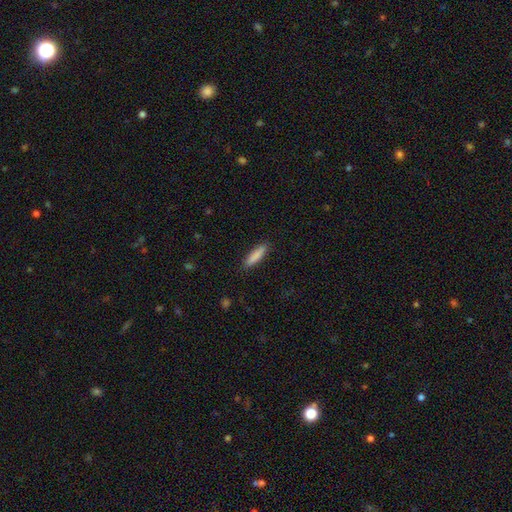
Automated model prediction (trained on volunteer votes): smooth_or_featured: smooth (p=0.86) [alt: featured or disk p=0.08]
how_rounded: cigar-shaped (p=0.76) [alt: in between p=0.23]
merging: none (p=0.89) [alt: minor disturbance p=0.08]